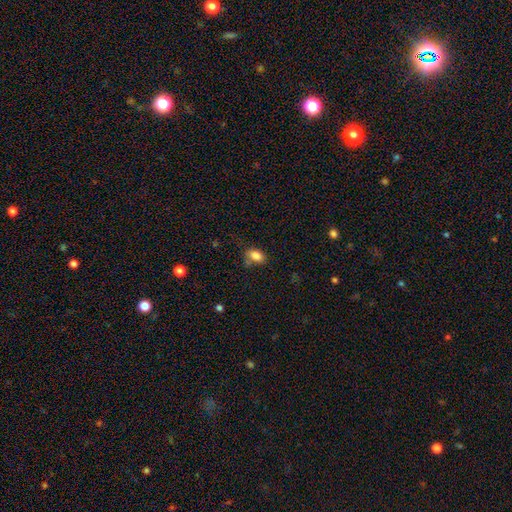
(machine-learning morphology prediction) Smooth or featured: smooth — 84% (star or artifact — 10%)
How rounded: in between — 85% (round — 13%)
Merging: none — 61% (minor disturbance — 24%)